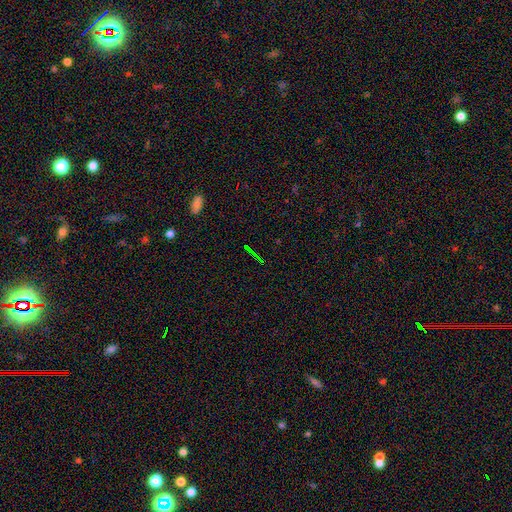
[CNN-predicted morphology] Smooth or featured?
  - star or artifact: 72% *
  - smooth: 15%
  - featured or disk: 13%